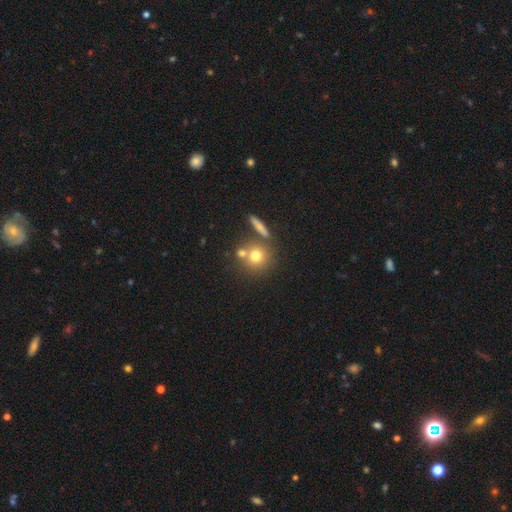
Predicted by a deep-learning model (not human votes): Smooth or featured? Predicted: smooth (p=0.72). How rounded? Predicted: round (p=0.88). Merging? Predicted: none (p=0.60).